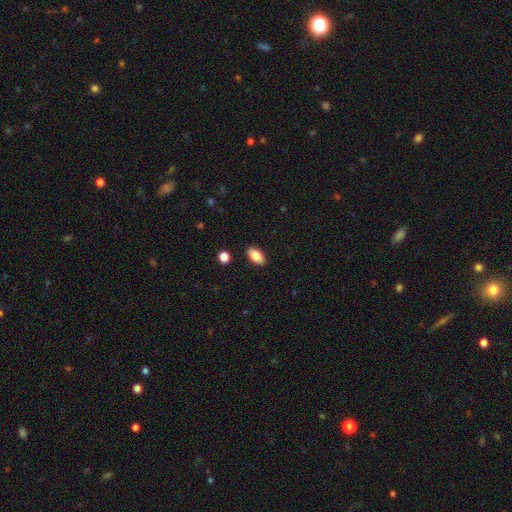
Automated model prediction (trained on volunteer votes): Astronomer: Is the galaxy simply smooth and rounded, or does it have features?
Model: smooth — 86%.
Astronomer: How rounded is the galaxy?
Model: in between — 93%.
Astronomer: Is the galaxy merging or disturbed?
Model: none — 89%.